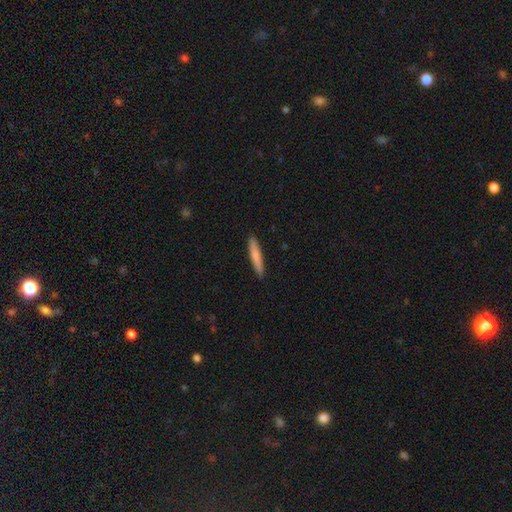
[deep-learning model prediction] Q: Smooth or featured?
A: smooth (76%); runner-up: featured or disk (19%)
Q: How rounded?
A: cigar-shaped (93%); runner-up: in between (6%)
Q: Merging?
A: none (91%); runner-up: minor disturbance (7%)